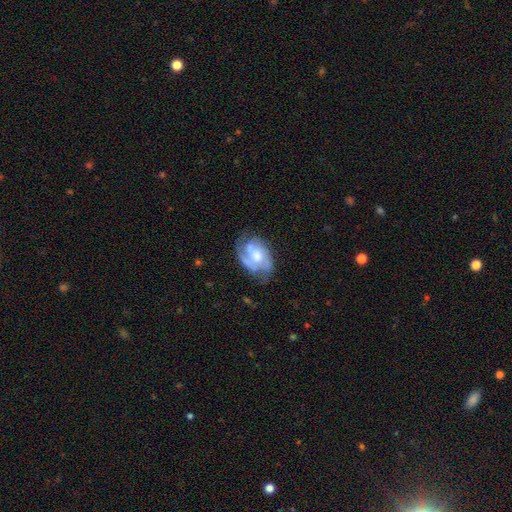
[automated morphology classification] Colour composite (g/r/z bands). It shows a featured or disk galaxy (72%) with no bar (64%), 2 (41%) medium (43%) spiral arms (84%) and a moderate central bulge (49%). Merging: none (52%).